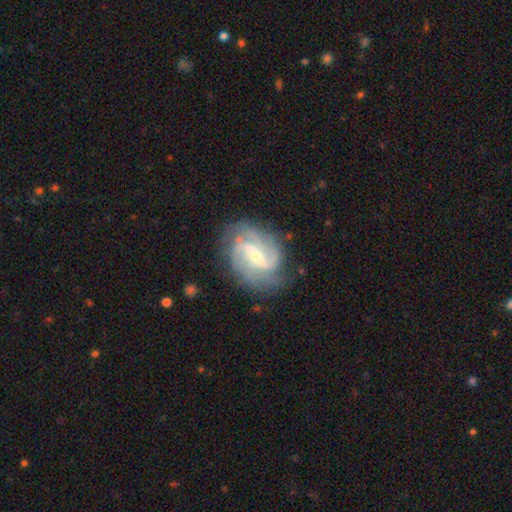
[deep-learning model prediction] The model was most divided on "spiral arm count": 2: 37%, 3: 29%, can't tell: 15%, 4: 10%, 1: 5%, more than 4: 5%. Remaining: edge-on disk — no (97%); spiral arms — yes (97%); smooth or featured — featured or disk (89%); merging — none (77%); bulge size — small (64%); spiral winding — medium (48%); bar — weak (47%).